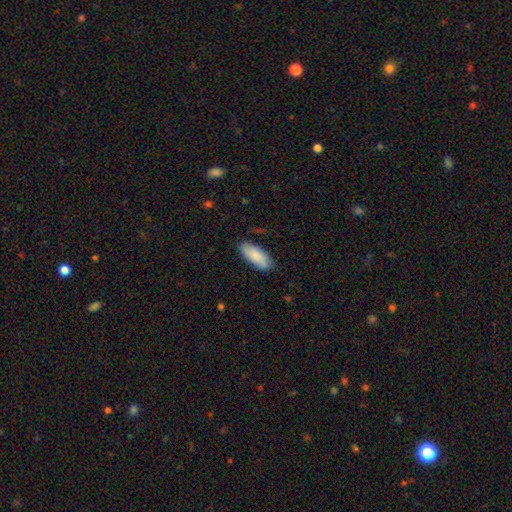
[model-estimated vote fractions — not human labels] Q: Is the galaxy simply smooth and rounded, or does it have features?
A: smooth — 87%.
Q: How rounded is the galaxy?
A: in between — 81%.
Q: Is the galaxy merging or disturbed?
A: none — 83%.